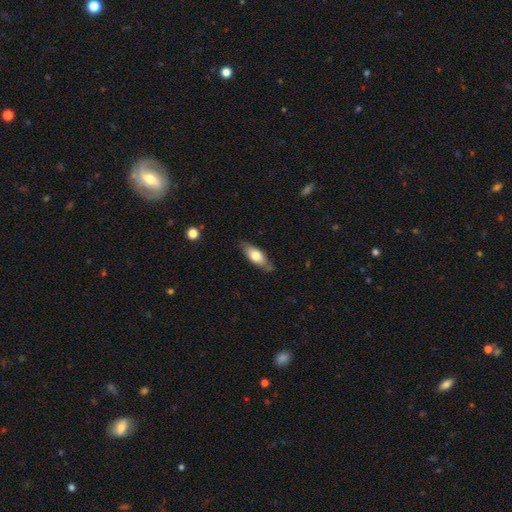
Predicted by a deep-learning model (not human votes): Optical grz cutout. It shows a smooth galaxy with no disk features (67%) that is in between round and cigar-shaped (73%). Merging: none (74%).